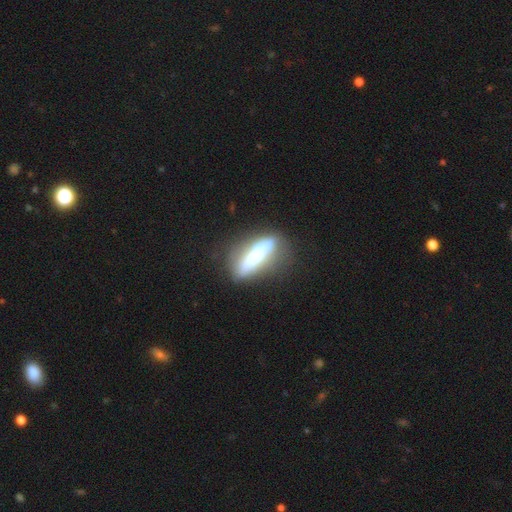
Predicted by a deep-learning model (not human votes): A featured or disk galaxy (54%) viewed edge-on (67%). Merging: none (72%).